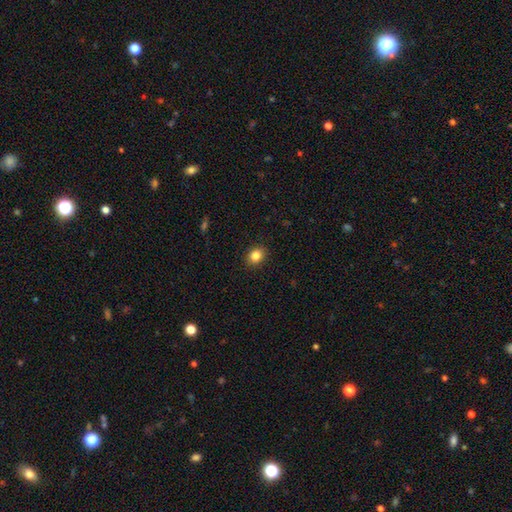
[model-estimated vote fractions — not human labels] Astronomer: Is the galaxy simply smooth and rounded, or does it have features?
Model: smooth — 85%.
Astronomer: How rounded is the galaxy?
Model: round — 56% (runner-up: in between, 43%).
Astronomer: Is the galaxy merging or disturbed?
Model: none — 91%.